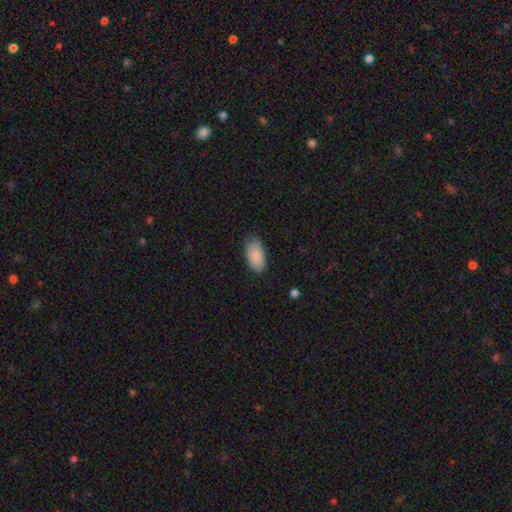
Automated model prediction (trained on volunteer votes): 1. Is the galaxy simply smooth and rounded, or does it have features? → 88% smooth, 6% star or artifact, 6% featured or disk.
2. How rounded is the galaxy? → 94% in between, 3% cigar-shaped, 2% round.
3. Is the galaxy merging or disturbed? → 80% none, 16% minor disturbance, 3% major disturbance, 1% merger.